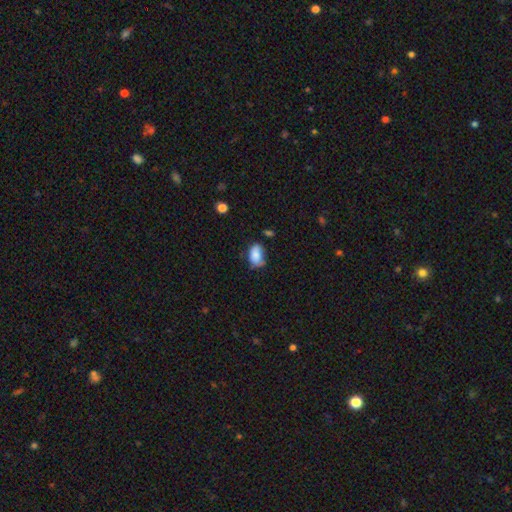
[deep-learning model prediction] Smooth or featured? Predicted: smooth (p=0.81). How rounded? Predicted: in between (p=0.89). Merging? Predicted: none (p=0.48).